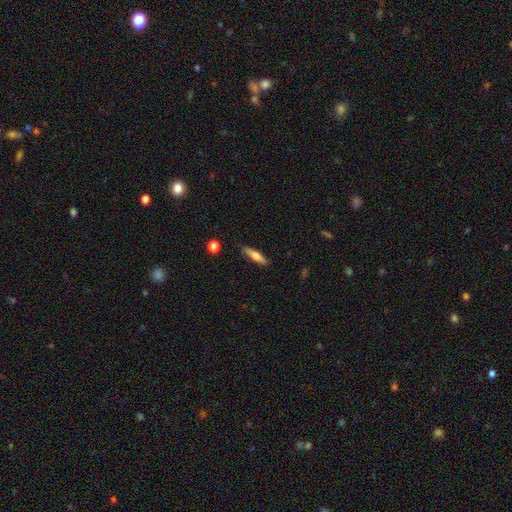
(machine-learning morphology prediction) smooth 69%, featured or disk 24%, star or artifact 7%. Down the decision tree: how rounded — cigar-shaped (75%); merging — none (85%).